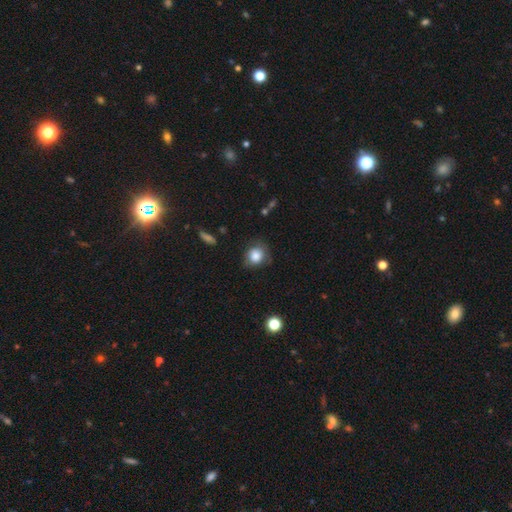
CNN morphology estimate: Smooth or featured?
  - smooth: 80% *
  - featured or disk: 11%
  - star or artifact: 9%
How rounded?
  - round: 74% *
  - in between: 25%
  - cigar-shaped: 1%
Merging?
  - none: 64% *
  - minor disturbance: 25%
  - major disturbance: 9%
  - merger: 2%